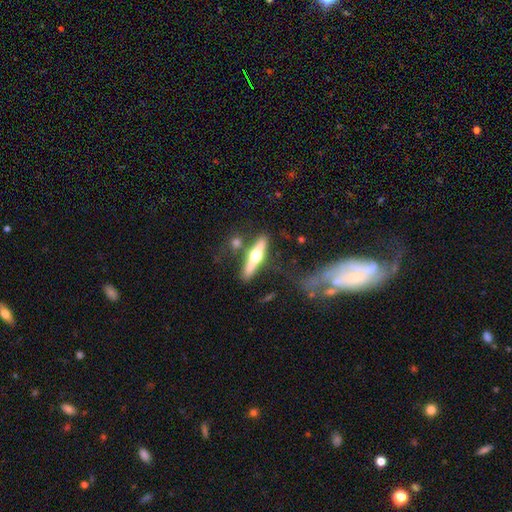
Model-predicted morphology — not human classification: This appears to be a featured or disk galaxy (65%) viewed edge-on (95%) with a rounded central bulge (95%). Merging: none (73%).